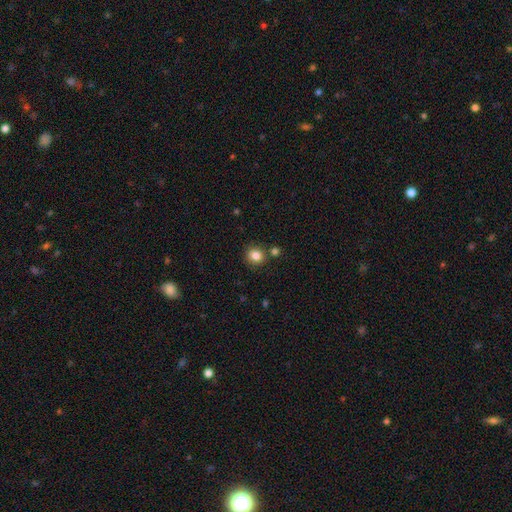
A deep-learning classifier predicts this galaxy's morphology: Smooth or featured: smooth — 83% (star or artifact — 11%)
How rounded: round — 81% (in between — 18%)
Merging: none — 78% (merger — 10%)